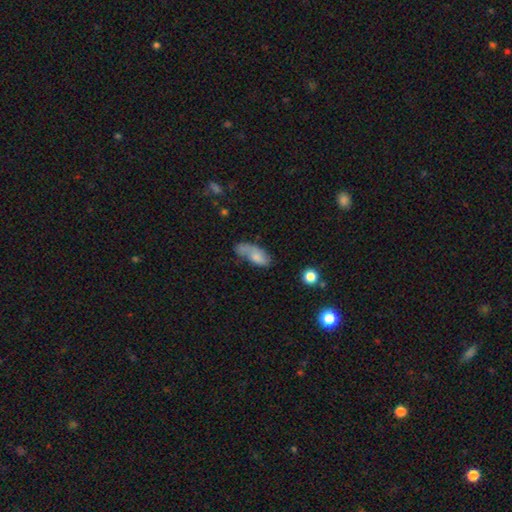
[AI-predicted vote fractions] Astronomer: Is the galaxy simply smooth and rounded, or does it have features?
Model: smooth — 69%.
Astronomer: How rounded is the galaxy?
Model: in between — 85%.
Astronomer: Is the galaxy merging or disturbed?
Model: none — 34% (runner-up: minor disturbance, 28%).